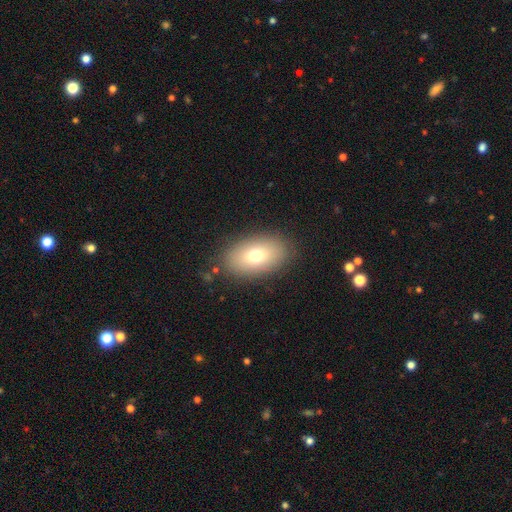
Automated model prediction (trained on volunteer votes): smooth 73%, featured or disk 18%, star or artifact 10%. Down the decision tree: how rounded — in between (91%); merging — none (87%).